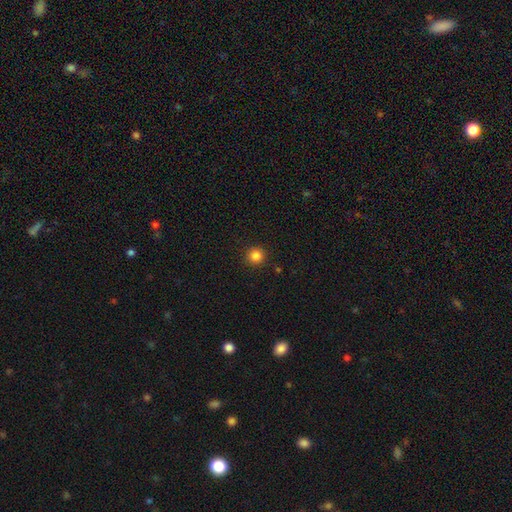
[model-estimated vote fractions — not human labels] This is clearly a smooth galaxy (85%). How rounded: clearly round (94%). Merging: clearly none (92%).